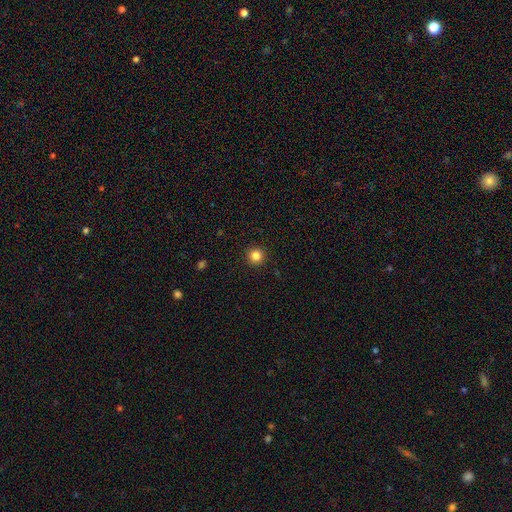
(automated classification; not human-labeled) Q: Smooth or featured?
A: smooth (84%); runner-up: star or artifact (12%)
Q: How rounded?
A: round (95%); runner-up: in between (4%)
Q: Merging?
A: none (93%); runner-up: minor disturbance (5%)